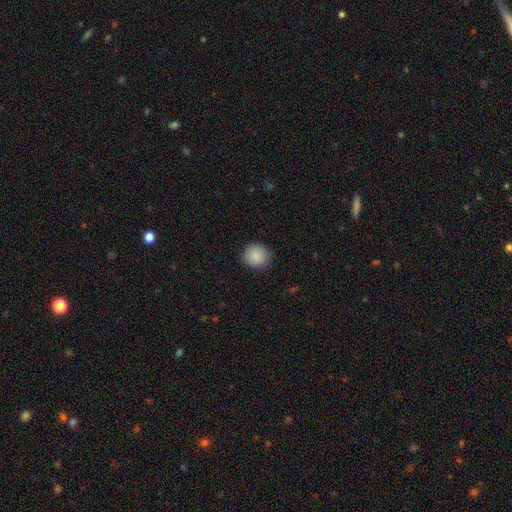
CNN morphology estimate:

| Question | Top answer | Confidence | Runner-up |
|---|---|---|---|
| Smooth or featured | smooth | 89% | star or artifact (8%) |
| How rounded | round | 85% | in between (14%) |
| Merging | none | 90% | minor disturbance (7%) |